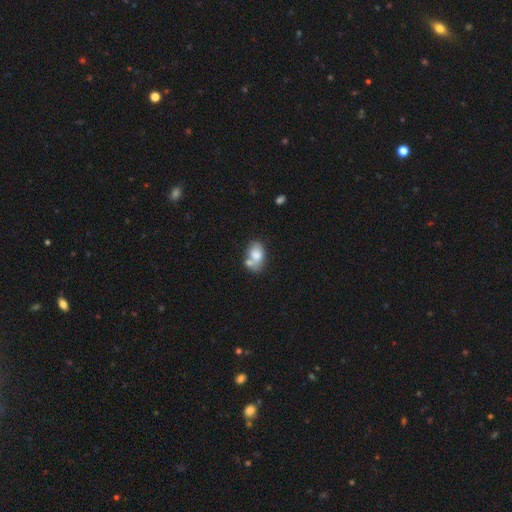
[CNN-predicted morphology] A smooth galaxy with no disk features (74%) that is in between round and cigar-shaped (84%).

Vote fractions:
- Smooth or featured? smooth: 74% / featured or disk: 18% / star or artifact: 8%
- How rounded? in between: 84% / round: 15% / cigar-shaped: 1%
- Merging? none: 40% / merger: 36% / minor disturbance: 17% / major disturbance: 6%